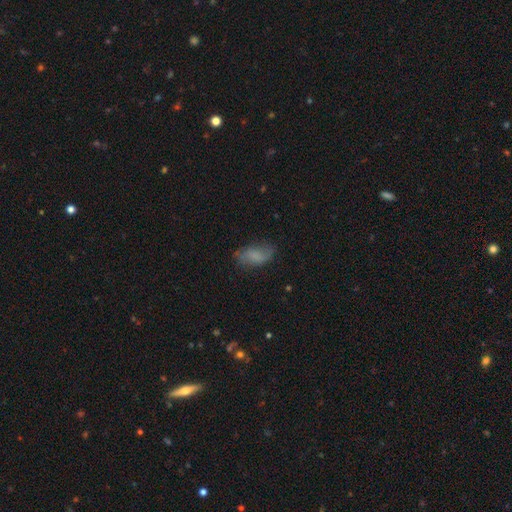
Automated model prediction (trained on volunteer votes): Morphology: type=smooth (68%); roundness=in between (90%); merging=none (64%).